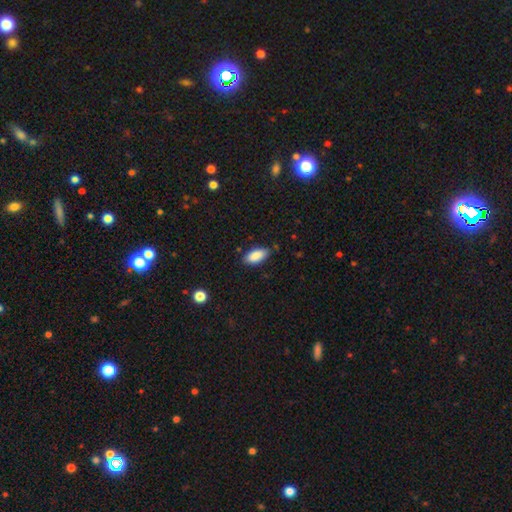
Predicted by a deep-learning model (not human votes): This is clearly a smooth galaxy (88%). How rounded: clearly in between (90%). Merging: clearly none (82%).